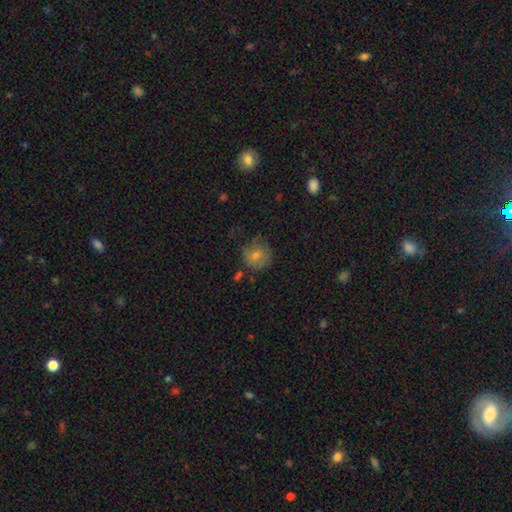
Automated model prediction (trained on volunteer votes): Smooth or featured? smooth (65%)
How rounded? round (89%)
Merging? none (71%)